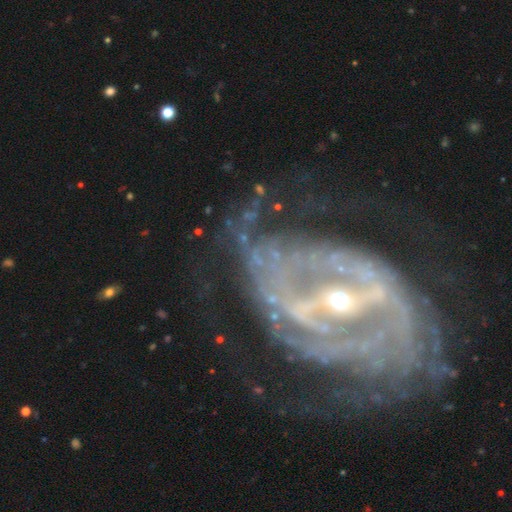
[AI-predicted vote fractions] smooth-or-featured: featured or disk: 90% | star or artifact: 6% | smooth: 4%
  disk-edge-on: no: 95% | yes: 5%
    bar: strong: 71% | weak: 20% | no: 9%
    has-spiral-arms: yes: 87% | no: 13%
      spiral-winding: medium: 41% | tight: 38% | loose: 21%
      spiral-arm-count: 2: 57% | can't tell: 20% | 3: 7% | 4: 5% | 1: 5% | more than 4: 5%
    bulge-size: small: 64% | moderate: 32% | large: 2% | dominant: 1% | none: 1%
  merging: none: 56% | major disturbance: 23% | minor disturbance: 18% | merger: 3%